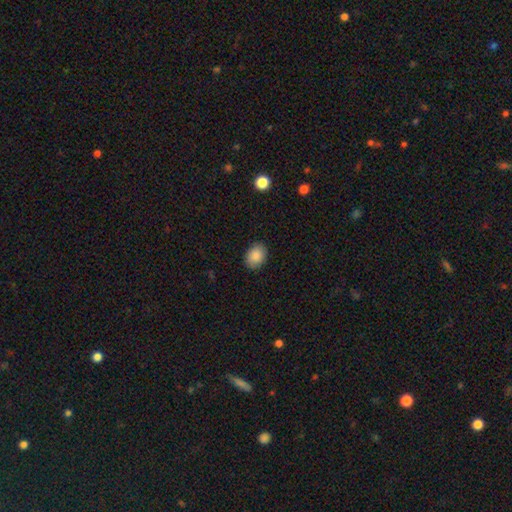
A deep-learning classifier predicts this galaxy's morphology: Smooth or featured?
  - smooth: 88% *
  - star or artifact: 8%
  - featured or disk: 5%
How rounded?
  - in between: 70% *
  - round: 29%
  - cigar-shaped: 1%
Merging?
  - none: 88% *
  - minor disturbance: 9%
  - major disturbance: 2%
  - merger: 1%